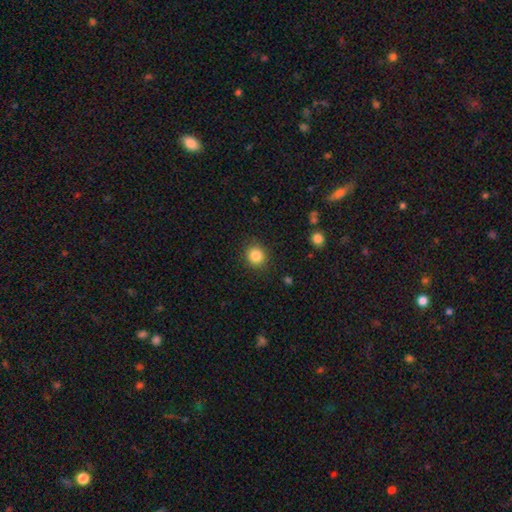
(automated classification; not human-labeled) smooth 85%, star or artifact 10%, featured or disk 5%. Down the decision tree: how rounded — round (86%); merging — none (89%).